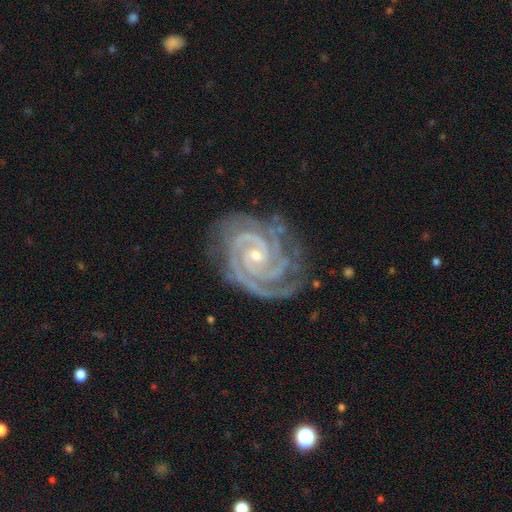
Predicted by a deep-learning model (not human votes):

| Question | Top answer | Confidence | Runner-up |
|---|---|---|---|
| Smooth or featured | featured or disk | 94% | star or artifact (4%) |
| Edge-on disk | no | 98% | yes (2%) |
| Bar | no | 61% | weak (27%) |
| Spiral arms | yes | 99% | no (1%) |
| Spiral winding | tight | 81% | medium (17%) |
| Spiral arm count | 2 | 49% | 3 (28%) |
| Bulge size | small | 68% | moderate (29%) |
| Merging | none | 75% | minor disturbance (18%) |